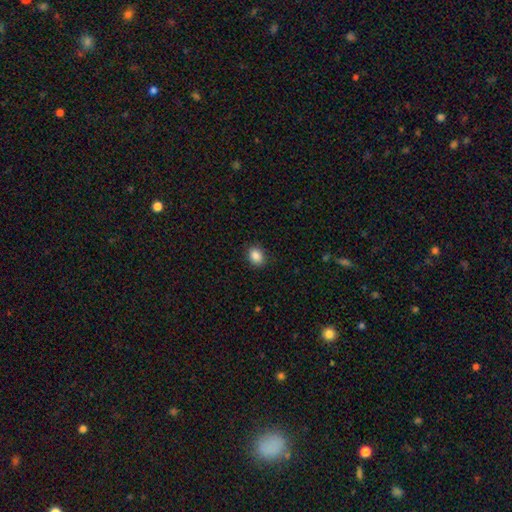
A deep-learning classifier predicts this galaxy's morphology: type=smooth (88%); roundness=round (50%); merging=none (88%).